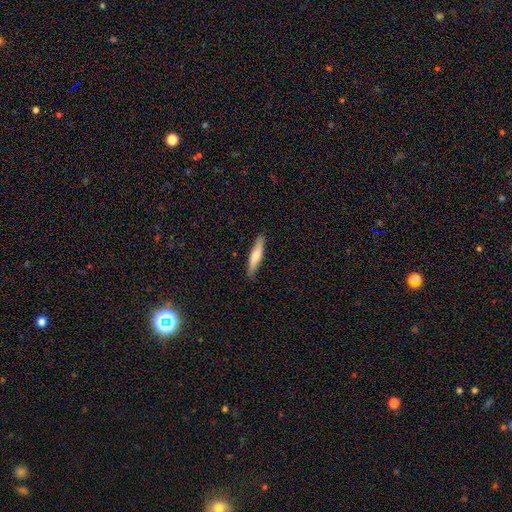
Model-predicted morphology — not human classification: Smooth or featured? Predicted: smooth (p=0.67). How rounded? Predicted: cigar-shaped (p=0.85). Merging? Predicted: none (p=0.86).